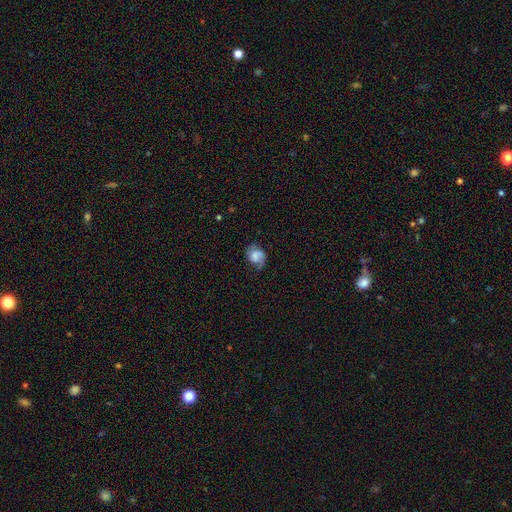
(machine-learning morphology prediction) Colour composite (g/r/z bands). It shows a featured or disk galaxy (56%) with no bar (57%), spiral arms (90%) and a moderate central bulge (30%). Merging: none (59%).